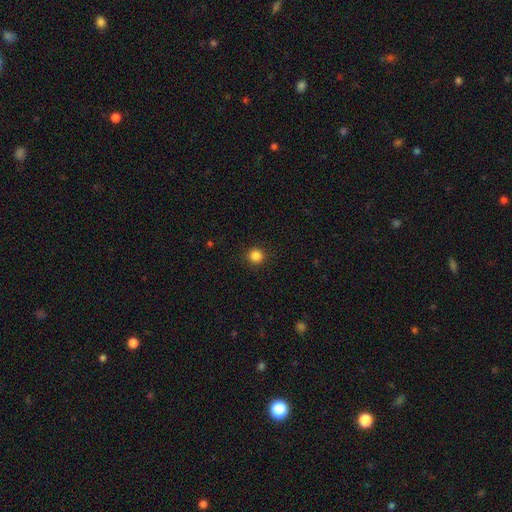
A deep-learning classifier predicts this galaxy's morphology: A smooth galaxy with no disk features (86%) that is round (94%).

Vote fractions:
- Smooth or featured? smooth: 86% / star or artifact: 11% / featured or disk: 3%
- How rounded? round: 94% / in between: 5% / cigar-shaped: 1%
- Merging? none: 92% / minor disturbance: 5% / major disturbance: 2% / merger: 1%